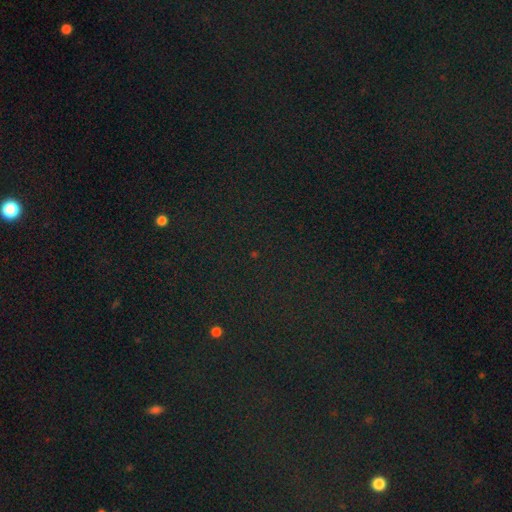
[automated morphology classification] smooth-or-featured: star or artifact: 81% | smooth: 12% | featured or disk: 7%